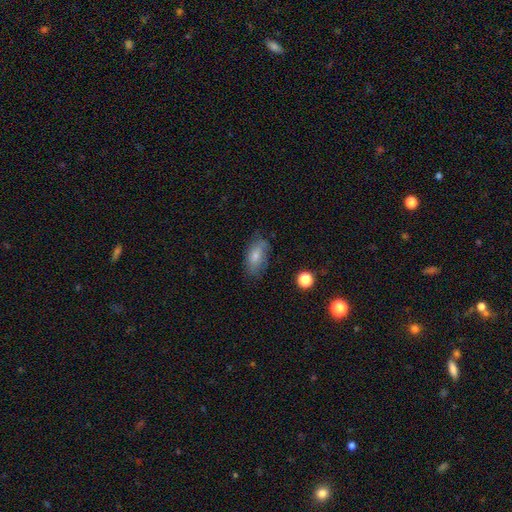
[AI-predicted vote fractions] Smooth or featured? smooth (69%)
How rounded? in between (91%)
Merging? none (61%)